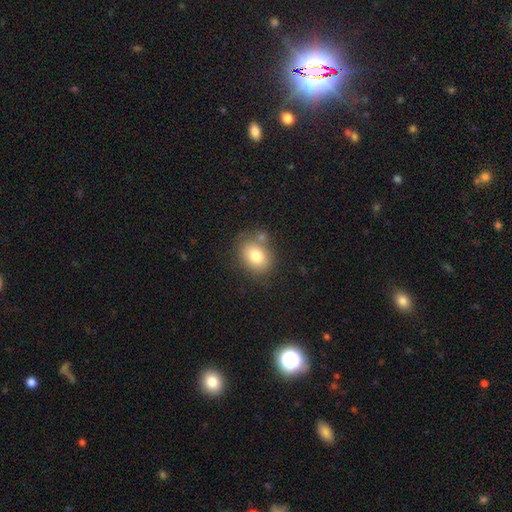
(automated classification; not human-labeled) Smooth or featured? Predicted: smooth (p=0.79). How rounded? Predicted: in between (p=0.61). Merging? Predicted: none (p=0.67).